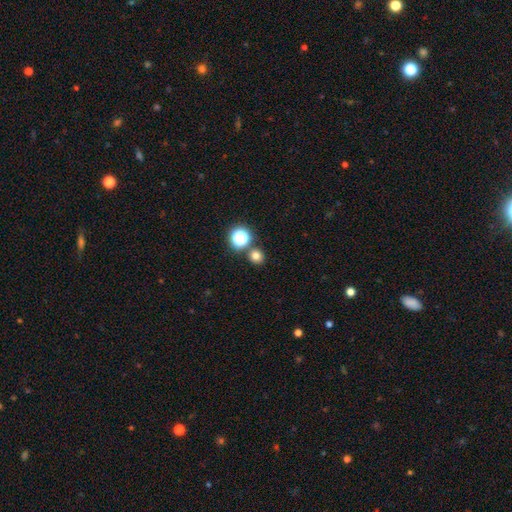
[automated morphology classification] Smooth or featured: smooth — 74% (star or artifact — 21%)
How rounded: round — 88% (in between — 11%)
Merging: none — 79% (merger — 12%)